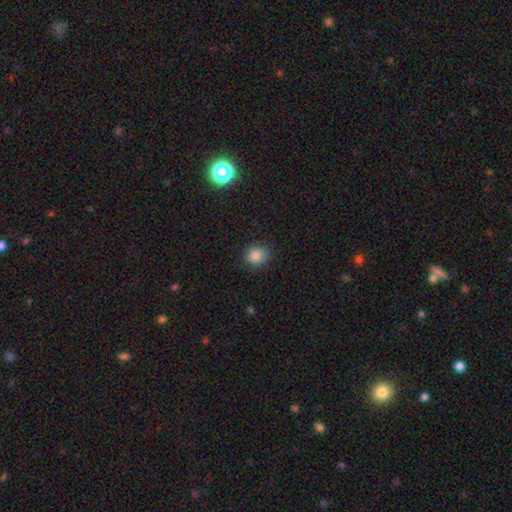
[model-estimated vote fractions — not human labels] A smooth galaxy with no disk features (83%) that is round (81%). Merging: none (86%).